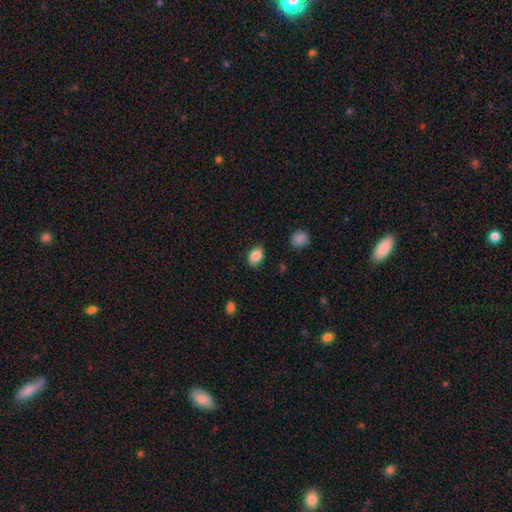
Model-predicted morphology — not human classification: smooth 86%, star or artifact 8%, featured or disk 6%. Down the decision tree: how rounded — in between (82%); merging — none (84%).